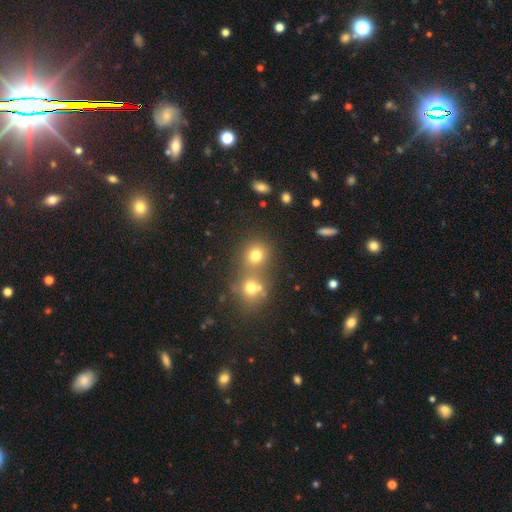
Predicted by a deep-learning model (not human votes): Smooth or featured? Predicted: smooth (p=0.75). How rounded? Predicted: round (p=0.80). Merging? Predicted: none (p=0.51).